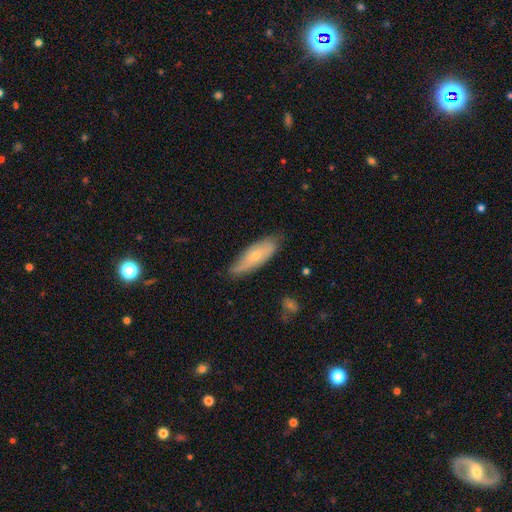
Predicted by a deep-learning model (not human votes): A smooth galaxy with no disk features (57%) that is in between round and cigar-shaped (59%).

Vote fractions:
- Smooth or featured? smooth: 57% / featured or disk: 36% / star or artifact: 6%
- How rounded? in between: 59% / cigar-shaped: 39% / round: 2%
- Merging? none: 70% / minor disturbance: 24% / major disturbance: 4% / merger: 1%